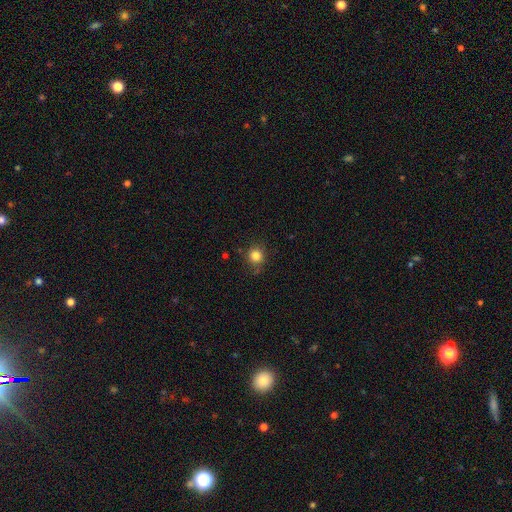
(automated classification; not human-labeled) Q: Smooth or featured?
A: smooth (83%); runner-up: star or artifact (12%)
Q: How rounded?
A: round (89%); runner-up: in between (10%)
Q: Merging?
A: none (81%); runner-up: minor disturbance (13%)